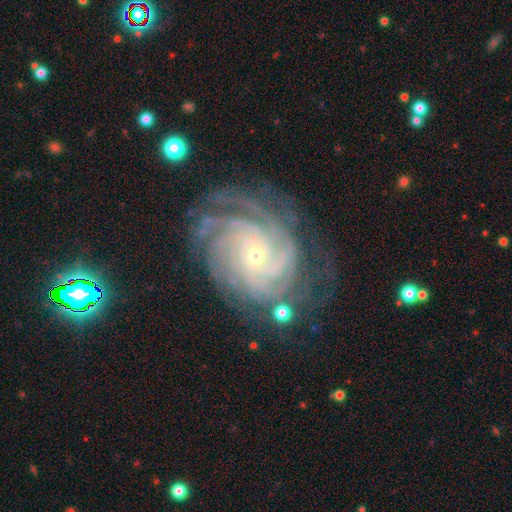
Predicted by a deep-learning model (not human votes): A featured or disk galaxy (91%) with no bar (68%), more than 4 (34%) tight (79%) spiral arms (99%) and a small central bulge (80%).

Vote fractions:
- Smooth or featured? featured or disk: 91% / star or artifact: 5% / smooth: 4%
- Edge-on disk? no: 97% / yes: 3%
- Bar? no: 68% / weak: 23% / strong: 8%
- Spiral arms? yes: 99% / no: 1%
- Spiral winding? tight: 79% / medium: 18% / loose: 3%
- Spiral arm count? more than 4: 34% / 4: 30% / can't tell: 13% / 3: 10% / 2: 7% / 1: 6%
- Bulge size? small: 80% / moderate: 17% / large: 1% / none: 1% / dominant: 1%
- Merging? none: 76% / minor disturbance: 16% / major disturbance: 7% / merger: 2%